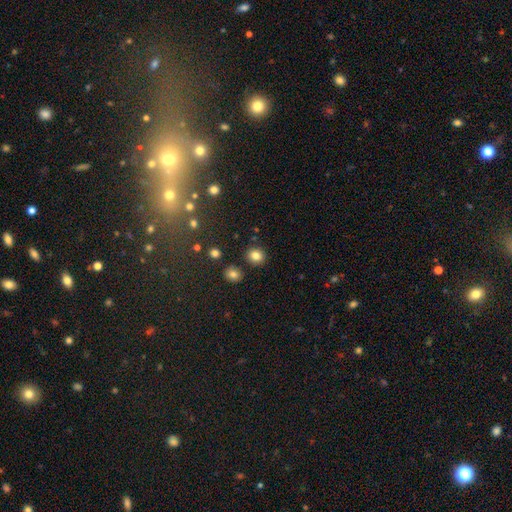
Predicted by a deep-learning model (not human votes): This is clearly a smooth galaxy (82%). How rounded: clearly round (81%). Merging: clearly none (87%).